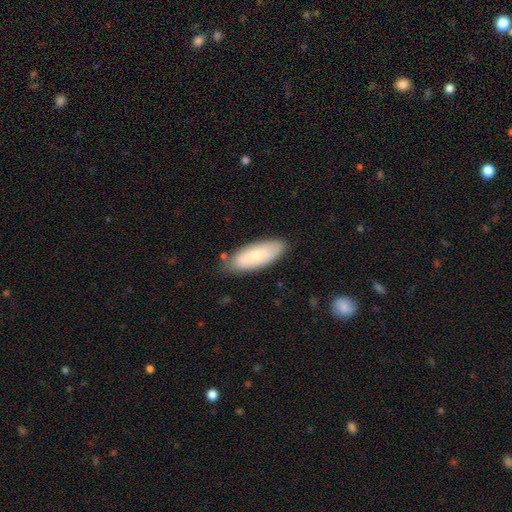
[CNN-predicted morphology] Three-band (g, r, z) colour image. It shows a smooth galaxy with no disk features (78%) that is in between round and cigar-shaped (74%). Merging: none (78%).